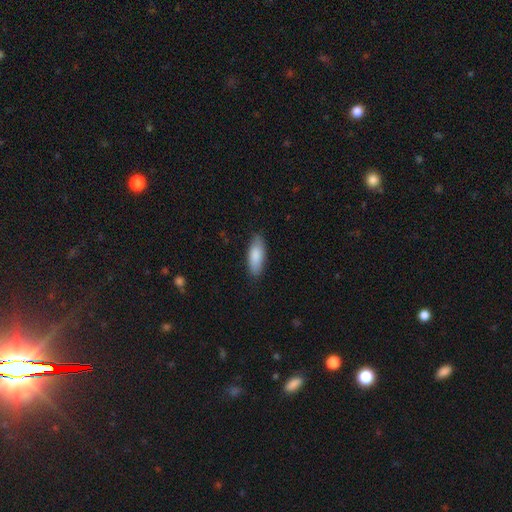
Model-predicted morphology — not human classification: This appears to be a smooth galaxy with no disk features (85%) that is in between round and cigar-shaped (73%). Merging: none (84%).